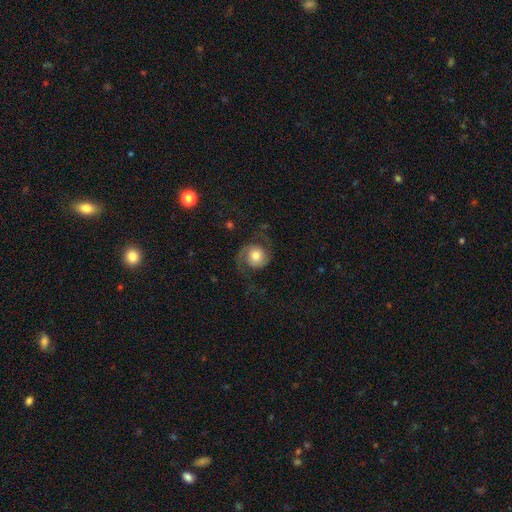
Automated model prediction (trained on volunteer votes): Overall: featured or disk (75%). Edge-on disk: no (98%). Bar: no (76%). Spiral arms: yes (95%). Spiral arm count: 2 (91%). Spiral winding: medium (46%; loose 37%). Bulge size: moderate (51%; large 30%). Merging: none (71%).